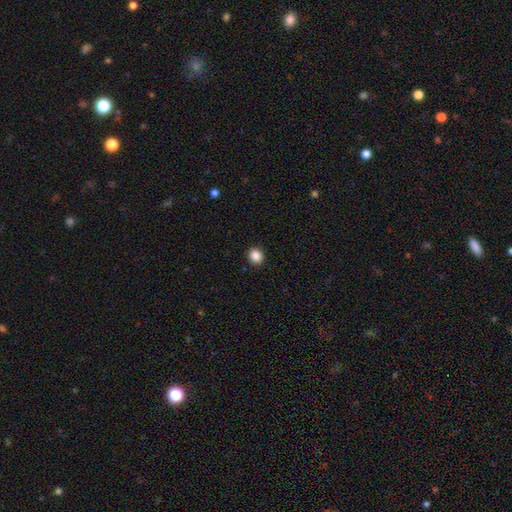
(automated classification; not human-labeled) Smooth or featured?
  - smooth: 88% *
  - star or artifact: 10%
  - featured or disk: 3%
How rounded?
  - round: 80% *
  - in between: 19%
  - cigar-shaped: 1%
Merging?
  - none: 92% *
  - minor disturbance: 5%
  - major disturbance: 2%
  - merger: 1%